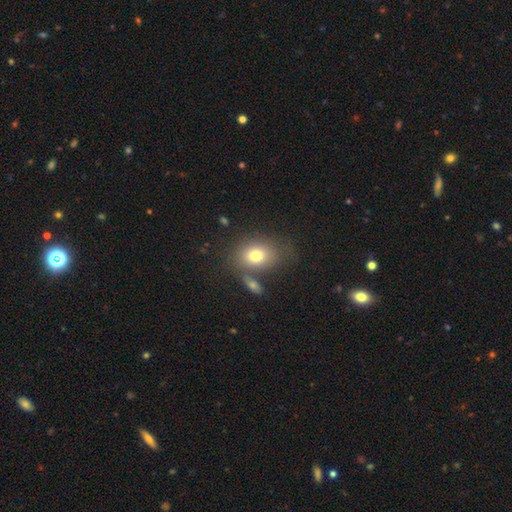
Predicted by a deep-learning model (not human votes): A smooth galaxy with no disk features (75%) that is in between round and cigar-shaped (63%). Merging: none (58%).